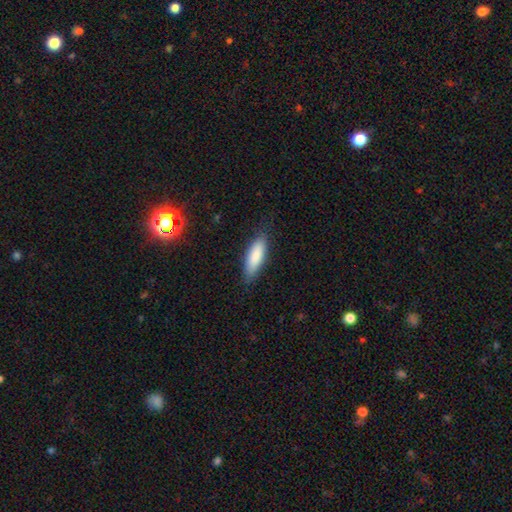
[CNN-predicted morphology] A smooth galaxy with no disk features (85%) that is in between round and cigar-shaped (55%). Merging: none (83%).